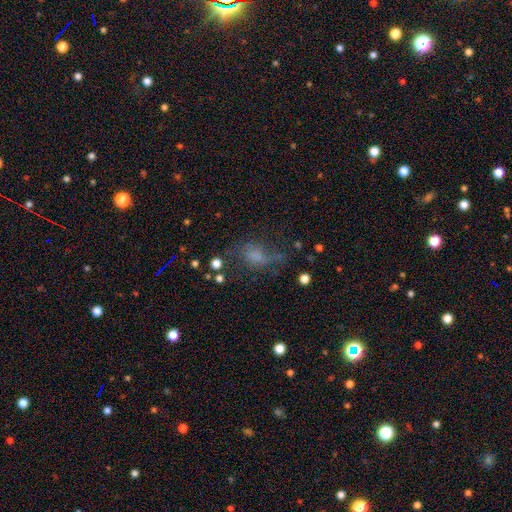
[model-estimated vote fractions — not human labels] Smooth or featured: smooth — 50% (featured or disk — 31%)
Merging: none — 39% (major disturbance — 33%)